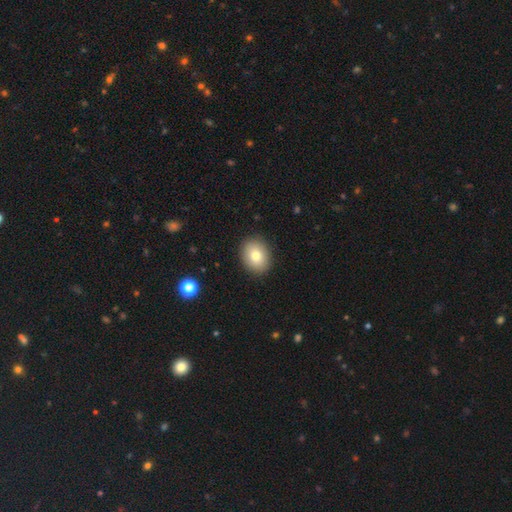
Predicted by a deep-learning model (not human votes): Smooth or featured?
  - smooth: 79% *
  - featured or disk: 12%
  - star or artifact: 9%
How rounded?
  - in between: 51% *
  - round: 48%
  - cigar-shaped: 1%
Merging?
  - none: 89% *
  - minor disturbance: 8%
  - major disturbance: 2%
  - merger: 1%